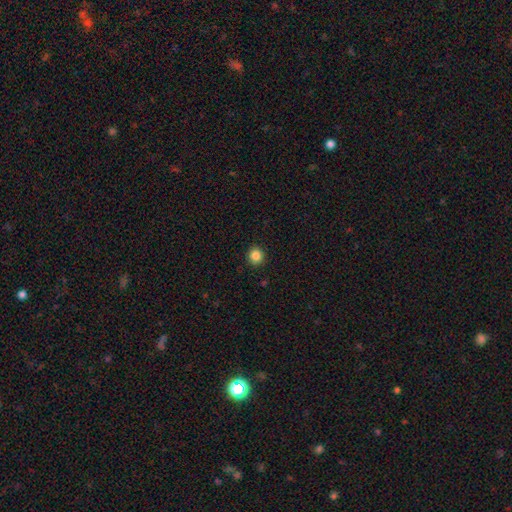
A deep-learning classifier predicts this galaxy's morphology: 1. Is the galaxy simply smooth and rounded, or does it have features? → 85% smooth, 11% star or artifact, 4% featured or disk.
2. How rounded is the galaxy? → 93% round, 6% in between, 1% cigar-shaped.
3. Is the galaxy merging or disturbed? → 93% none, 5% minor disturbance, 2% major disturbance, 1% merger.